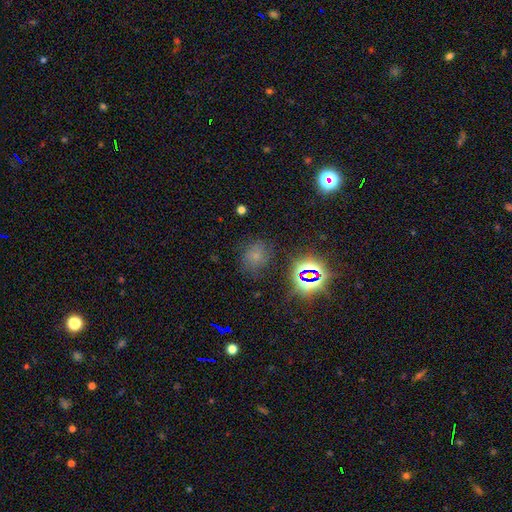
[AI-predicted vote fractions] This is possibly a smooth galaxy (54%). How rounded: likely round (63%). Merging: likely none (71%).